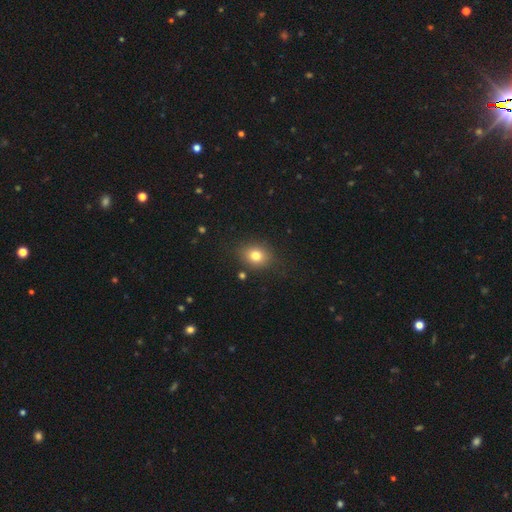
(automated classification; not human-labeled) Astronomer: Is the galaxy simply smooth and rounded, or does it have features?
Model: smooth — 79%.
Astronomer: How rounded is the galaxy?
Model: round — 54% (runner-up: in between, 45%).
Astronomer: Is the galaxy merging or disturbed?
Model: none — 82%.